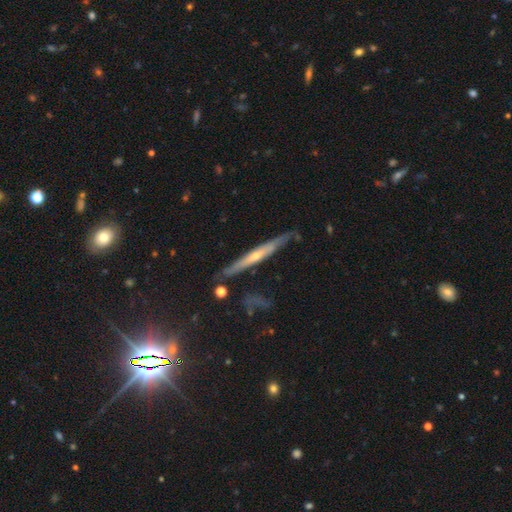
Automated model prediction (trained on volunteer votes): A featured or disk galaxy (69%) viewed edge-on (91%) with a rounded central bulge (58%). Merging: none (78%).